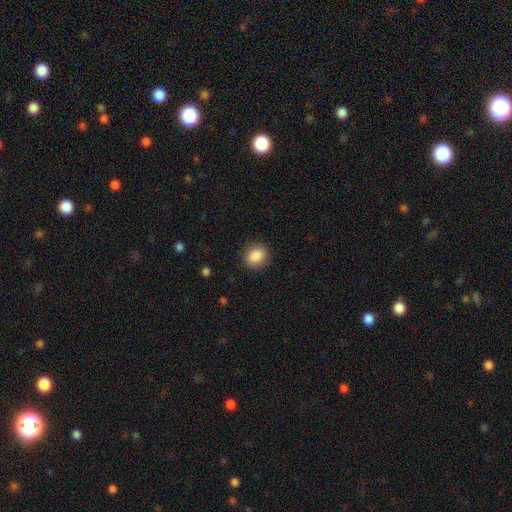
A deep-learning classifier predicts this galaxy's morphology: smooth_or_featured: smooth (p=0.87) [alt: star or artifact p=0.08]
how_rounded: round (p=0.55) [alt: in between p=0.44]
merging: none (p=0.87) [alt: minor disturbance p=0.10]